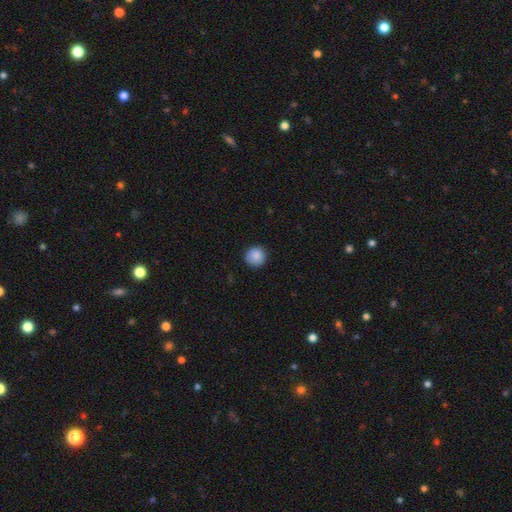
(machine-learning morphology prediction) Q: Smooth or featured?
A: smooth (87%); runner-up: star or artifact (8%)
Q: How rounded?
A: round (95%); runner-up: in between (5%)
Q: Merging?
A: none (88%); runner-up: minor disturbance (9%)